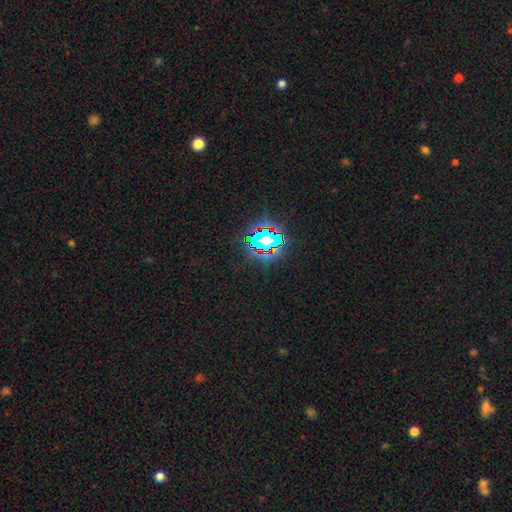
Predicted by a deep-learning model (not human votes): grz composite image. It shows a star or artifact, not a galaxy (80%).